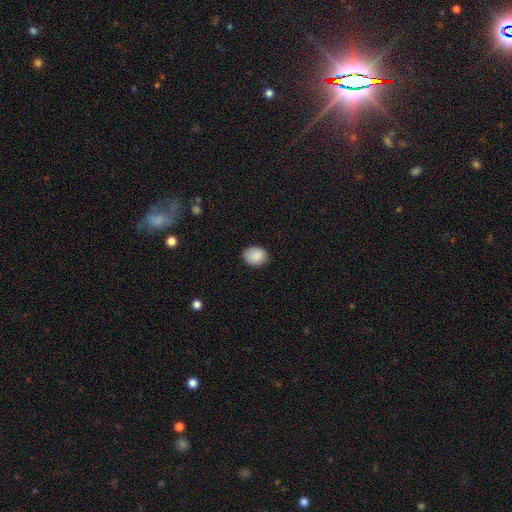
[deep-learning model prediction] Smooth or featured: smooth — 89% (star or artifact — 7%)
How rounded: in between — 53% (round — 46%)
Merging: none — 85% (minor disturbance — 12%)